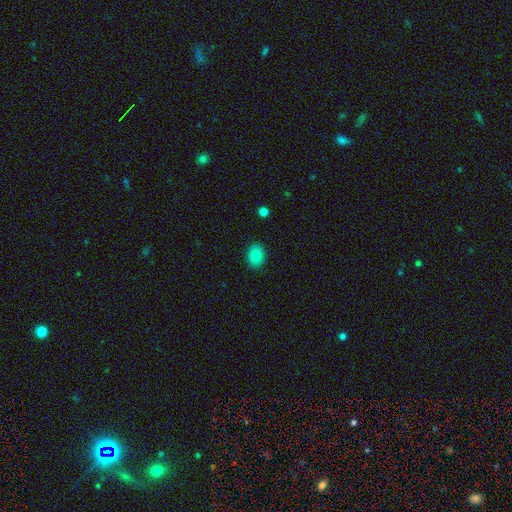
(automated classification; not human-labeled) Morphology: type=smooth (83%); roundness=in between (63%); merging=none (89%).